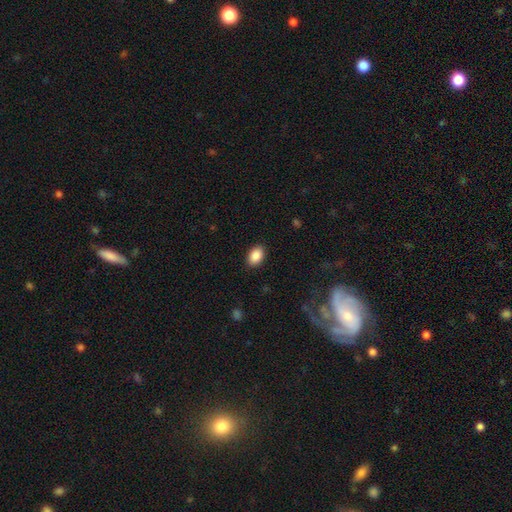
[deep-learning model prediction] smooth-or-featured: smooth: 89% | star or artifact: 7% | featured or disk: 3%
  how-rounded: in between: 87% | round: 12% | cigar-shaped: 1%
  merging: none: 89% | minor disturbance: 8% | major disturbance: 2% | merger: 1%